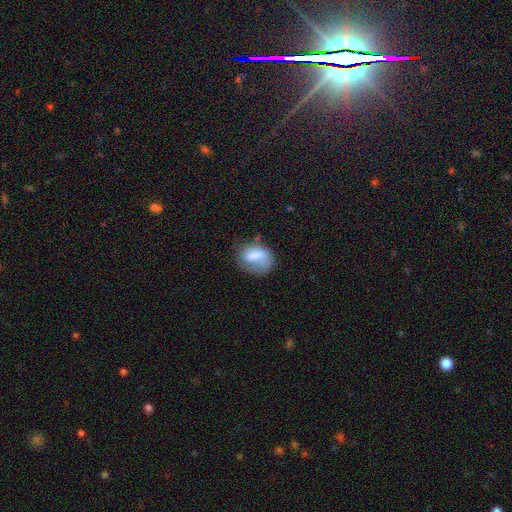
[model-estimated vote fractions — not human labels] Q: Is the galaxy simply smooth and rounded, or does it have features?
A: smooth — 69%.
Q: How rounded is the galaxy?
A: in between — 61%.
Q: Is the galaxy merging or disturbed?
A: none — 45%.